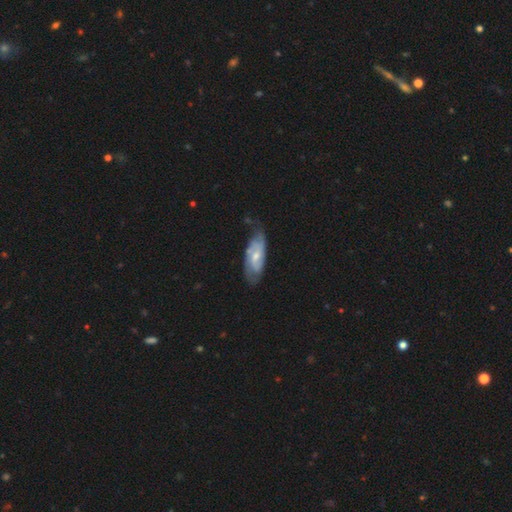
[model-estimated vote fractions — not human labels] Q: Smooth or featured?
A: featured or disk (72%); runner-up: smooth (23%)
Q: Edge-on disk?
A: no (91%); runner-up: yes (9%)
Q: Bar?
A: no (46%); runner-up: weak (45%)
Q: Spiral arms?
A: yes (91%); runner-up: no (9%)
Q: Spiral winding?
A: medium (43%); runner-up: tight (41%)
Q: Spiral arm count?
A: 2 (57%); runner-up: can't tell (25%)
Q: Bulge size?
A: small (47%); tied with: moderate (47%)
Q: Merging?
A: none (62%); runner-up: minor disturbance (27%)